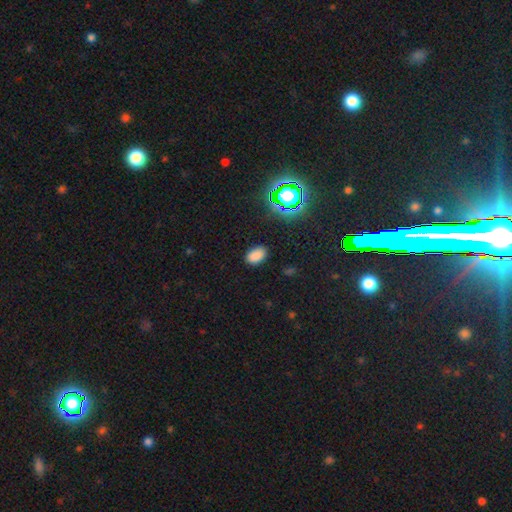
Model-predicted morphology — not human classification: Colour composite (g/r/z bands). It shows a smooth galaxy with no disk features (80%) that is in between round and cigar-shaped (90%). Merging: none (85%).